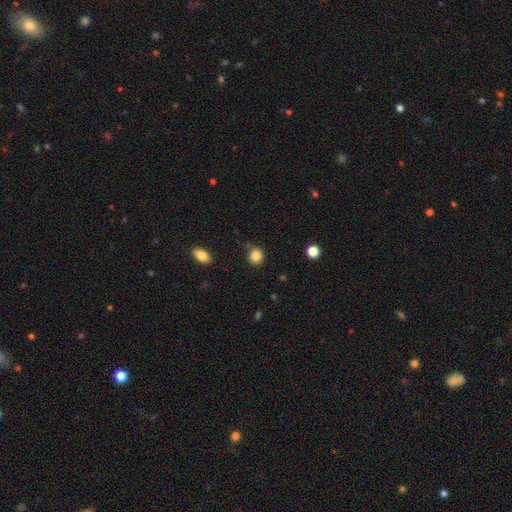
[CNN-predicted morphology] Smooth or featured?
  - smooth: 86% *
  - star or artifact: 10%
  - featured or disk: 4%
How rounded?
  - round: 81% *
  - in between: 18%
  - cigar-shaped: 1%
Merging?
  - none: 81% *
  - minor disturbance: 11%
  - merger: 4%
  - major disturbance: 3%